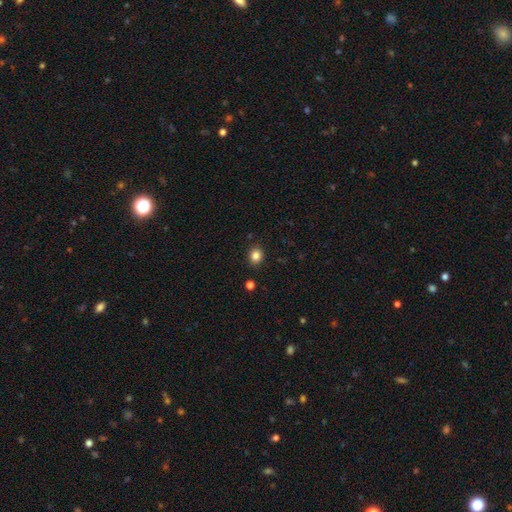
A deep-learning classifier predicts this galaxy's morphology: Overall: smooth (84%). How rounded: round (65%; in between 34%). Merging: none (88%).